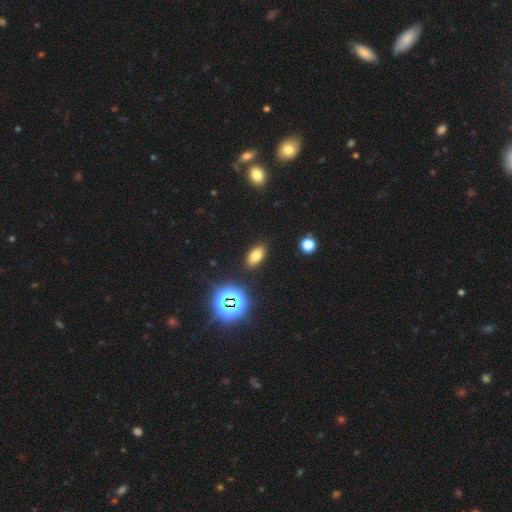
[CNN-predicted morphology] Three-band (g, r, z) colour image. It shows a smooth galaxy with no disk features (70%) that is in between round and cigar-shaped (88%). Merging: none (88%).